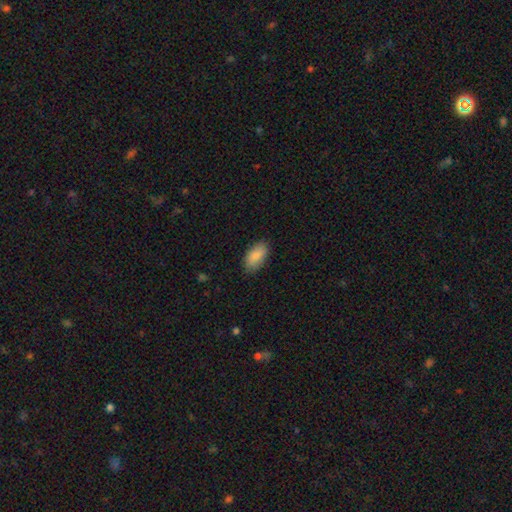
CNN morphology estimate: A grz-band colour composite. It shows a smooth galaxy with no disk features (85%) that is in between round and cigar-shaped (93%). Merging: none (85%).